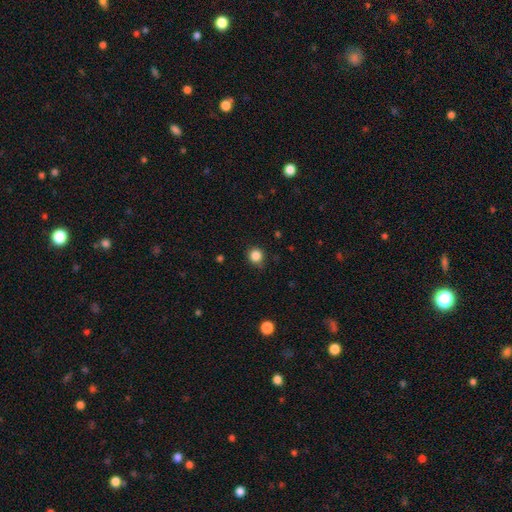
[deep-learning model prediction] This is clearly a smooth galaxy (85%). How rounded: clearly round (89%). Merging: clearly none (81%).